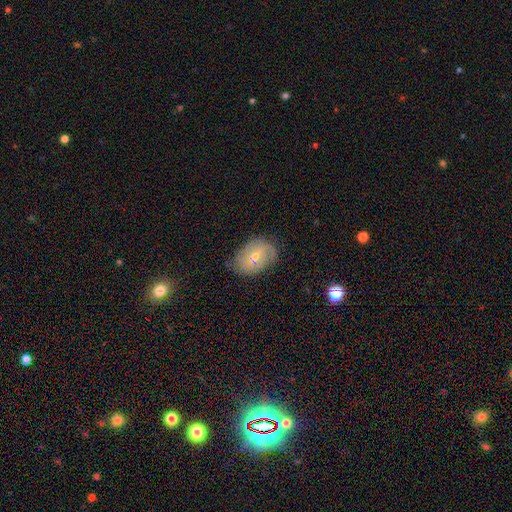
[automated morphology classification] Smooth or featured? featured or disk (59%)
Edge-on disk? no (95%)
Bar? weak (52%)
Spiral arms? yes (77%)
Bulge size? moderate (57%)
Merging? none (71%)